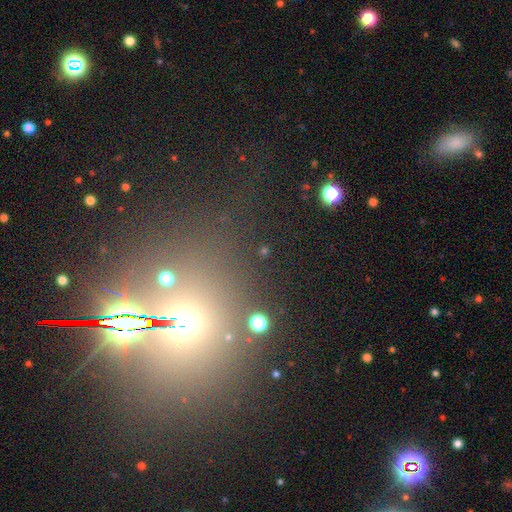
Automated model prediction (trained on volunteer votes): This appears to be a star or artifact, not a galaxy (54%).